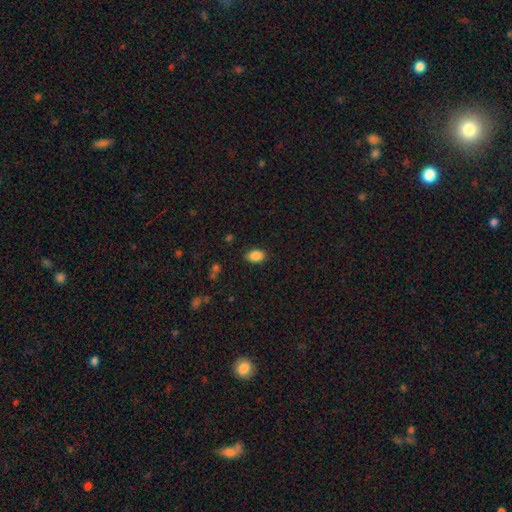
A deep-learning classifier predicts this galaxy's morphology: smooth-or-featured: smooth: 88% | star or artifact: 9% | featured or disk: 3%
  how-rounded: in between: 85% | round: 14% | cigar-shaped: 1%
  merging: none: 85% | minor disturbance: 11% | major disturbance: 3% | merger: 1%